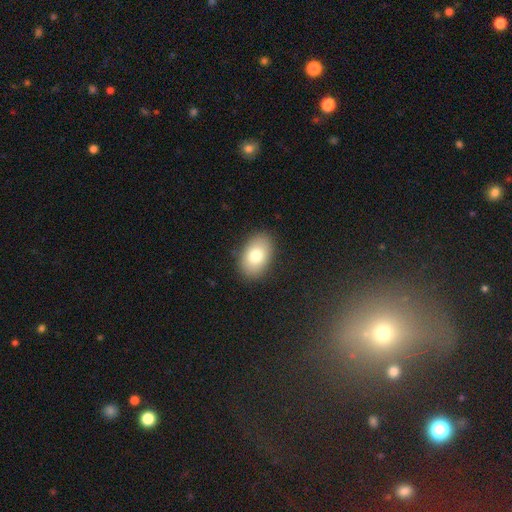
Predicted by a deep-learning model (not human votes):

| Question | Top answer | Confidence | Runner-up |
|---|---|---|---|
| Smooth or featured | smooth | 79% | featured or disk (13%) |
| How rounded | in between | 87% | round (12%) |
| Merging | none | 88% | minor disturbance (9%) |